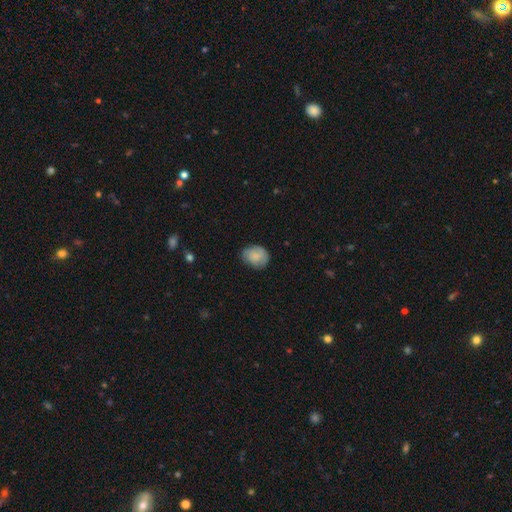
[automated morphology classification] smooth-or-featured: smooth: 79% | featured or disk: 13% | star or artifact: 7%
  how-rounded: round: 51% | in between: 48% | cigar-shaped: 1%
  merging: none: 73% | minor disturbance: 22% | major disturbance: 4% | merger: 1%